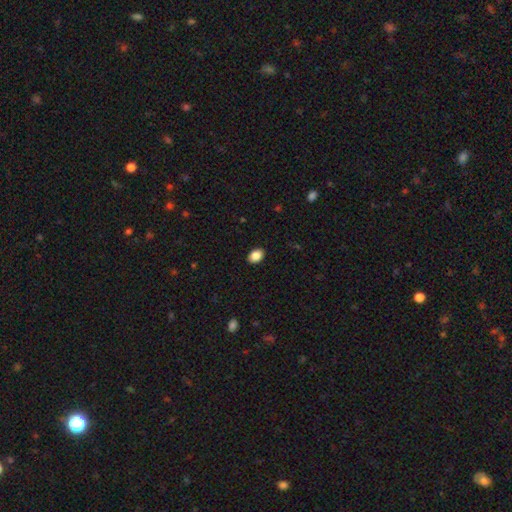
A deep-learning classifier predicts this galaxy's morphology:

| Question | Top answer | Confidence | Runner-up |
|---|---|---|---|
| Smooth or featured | smooth | 88% | star or artifact (8%) |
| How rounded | in between | 80% | round (19%) |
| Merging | none | 90% | minor disturbance (7%) |